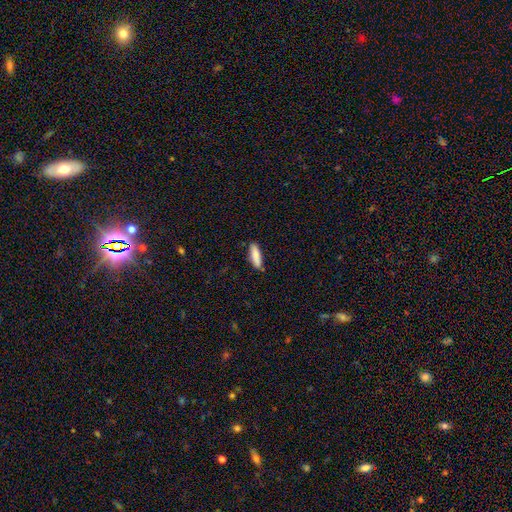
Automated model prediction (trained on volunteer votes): Overall: smooth (85%). How rounded: cigar-shaped (57%; in between 42%). Merging: none (82%).